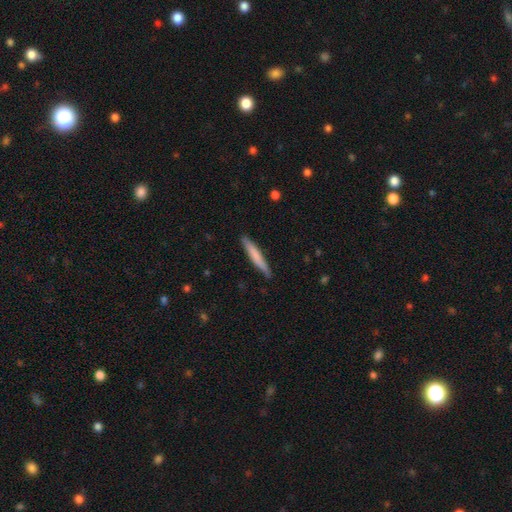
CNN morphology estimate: type=smooth (71%); roundness=cigar-shaped (95%); merging=none (87%).